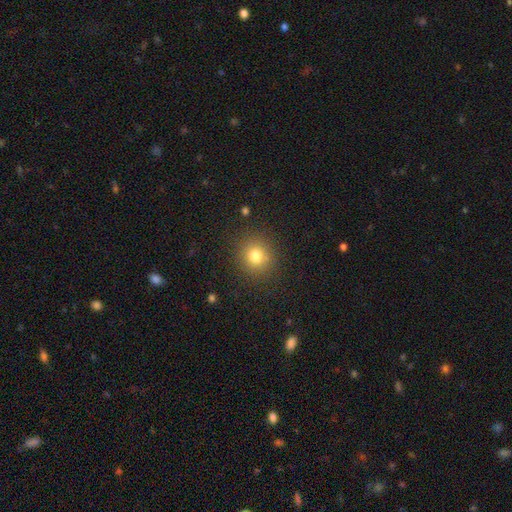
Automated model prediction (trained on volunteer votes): smooth_or_featured: smooth (p=0.78) [alt: star or artifact p=0.14]
how_rounded: round (p=0.87) [alt: in between p=0.12]
merging: none (p=0.88) [alt: minor disturbance p=0.08]